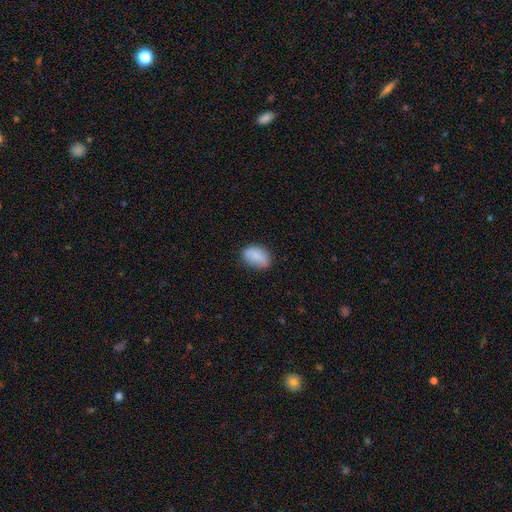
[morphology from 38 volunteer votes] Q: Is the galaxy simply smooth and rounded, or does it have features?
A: smooth — 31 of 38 (82%).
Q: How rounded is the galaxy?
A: in between — 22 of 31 (71%).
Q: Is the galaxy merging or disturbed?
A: none — 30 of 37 (81%).